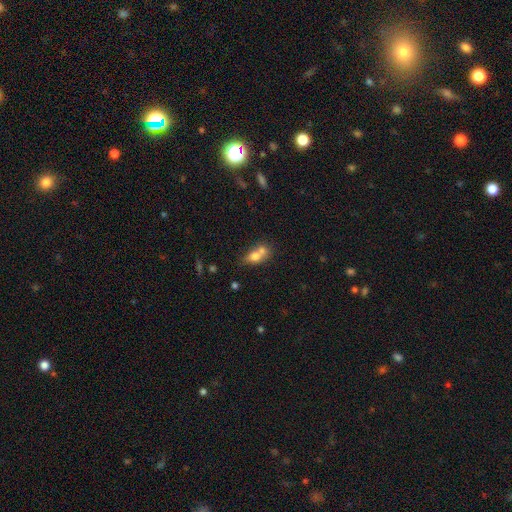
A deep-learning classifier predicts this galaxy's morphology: This appears to be a smooth galaxy with no disk features (71%) that is in between round and cigar-shaped (65%). Merging: merger (61%).